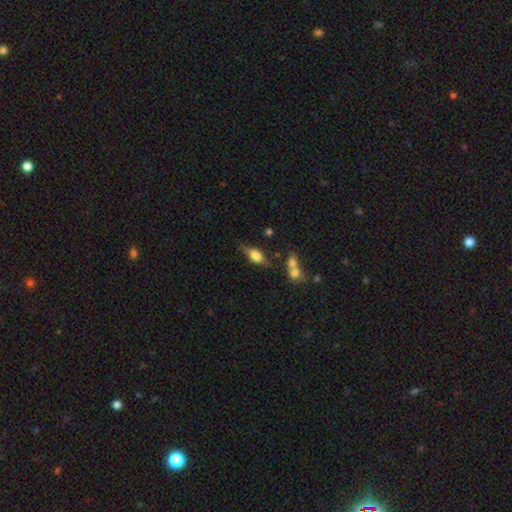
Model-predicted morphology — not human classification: A smooth galaxy with no disk features (60%) that is in between round and cigar-shaped (75%).

Vote fractions:
- Smooth or featured? smooth: 60% / featured or disk: 31% / star or artifact: 8%
- How rounded? in between: 75% / cigar-shaped: 16% / round: 9%
- Merging? none: 60% / minor disturbance: 22% / merger: 10% / major disturbance: 8%